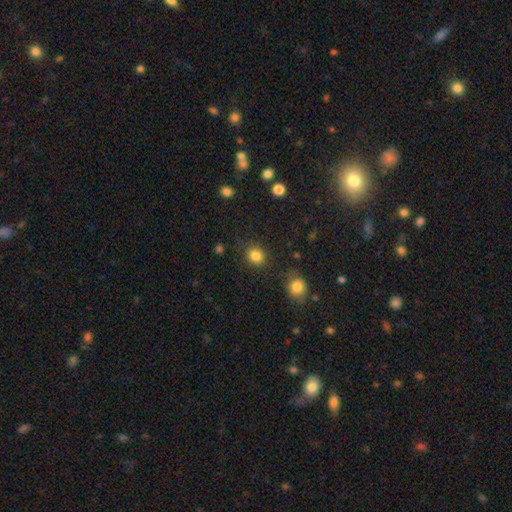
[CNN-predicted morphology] Smooth or featured?
  - smooth: 83% *
  - star or artifact: 12%
  - featured or disk: 5%
How rounded?
  - round: 81% *
  - in between: 18%
  - cigar-shaped: 1%
Merging?
  - none: 85% *
  - minor disturbance: 9%
  - major disturbance: 3%
  - merger: 3%